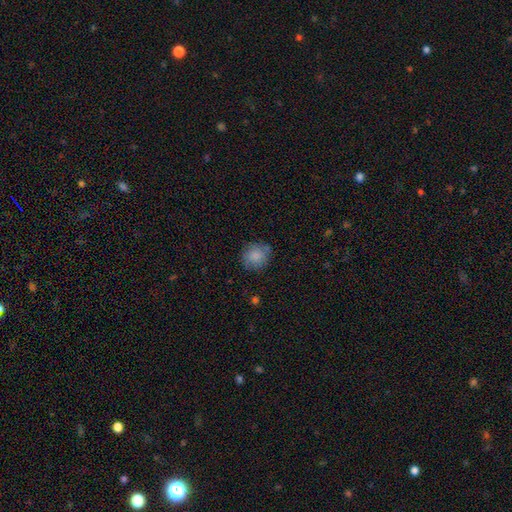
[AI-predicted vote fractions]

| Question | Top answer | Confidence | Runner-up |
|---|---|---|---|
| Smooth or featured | smooth | 83% | featured or disk (9%) |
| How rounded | round | 82% | in between (17%) |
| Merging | none | 74% | minor disturbance (18%) |